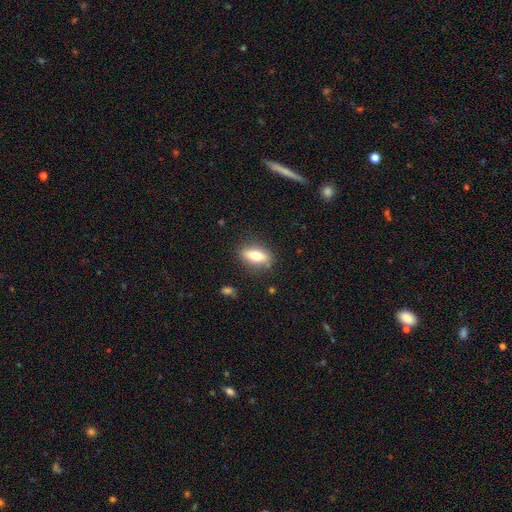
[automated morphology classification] Smooth or featured?
  - smooth: 66% *
  - featured or disk: 26%
  - star or artifact: 7%
How rounded?
  - in between: 75% *
  - cigar-shaped: 19%
  - round: 6%
Merging?
  - none: 84% *
  - minor disturbance: 11%
  - major disturbance: 3%
  - merger: 2%